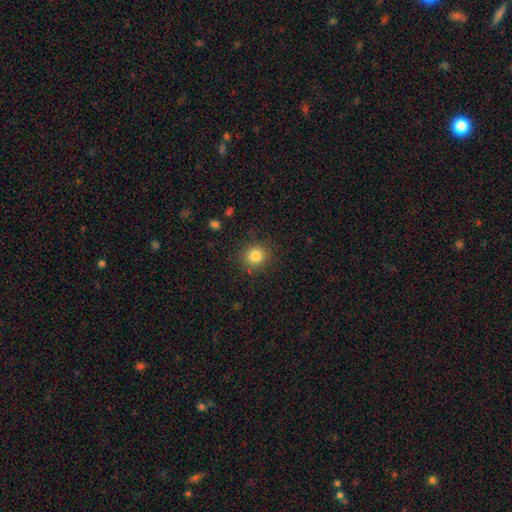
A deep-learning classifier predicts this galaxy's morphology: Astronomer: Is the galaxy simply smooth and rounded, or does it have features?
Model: smooth — 83%.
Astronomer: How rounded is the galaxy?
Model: round — 90%.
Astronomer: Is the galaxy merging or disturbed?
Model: none — 87%.